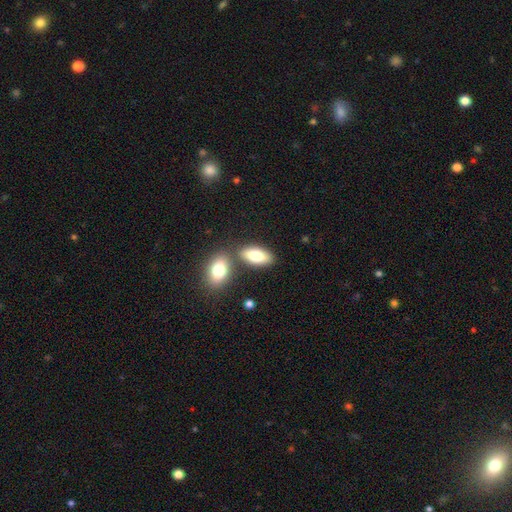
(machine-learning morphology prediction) smooth 79%, featured or disk 15%, star or artifact 7%. Down the decision tree: how rounded — in between (90%); merging — none (66%).